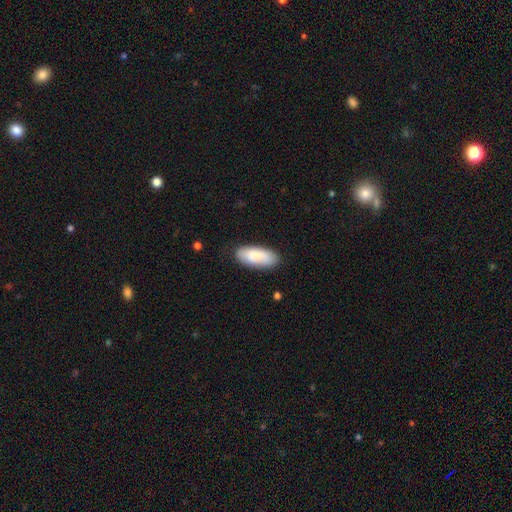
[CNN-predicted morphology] smooth 84%, featured or disk 10%, star or artifact 6%. Down the decision tree: how rounded — in between (85%); merging — none (81%).